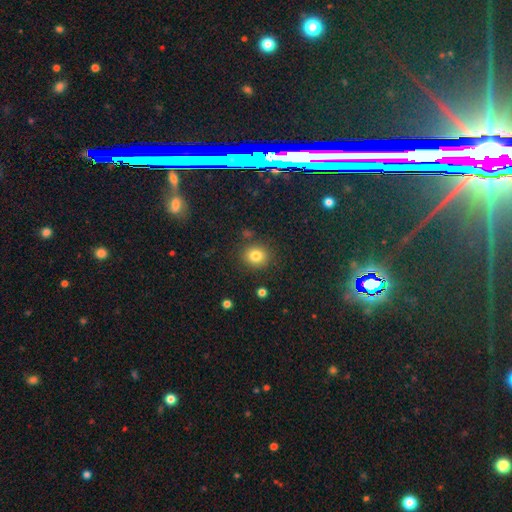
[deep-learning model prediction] The model was most divided on "how rounded": round: 81%, in between: 18%, cigar-shaped: 1%. More confident: merging — none (86%); smooth or featured — smooth (82%).